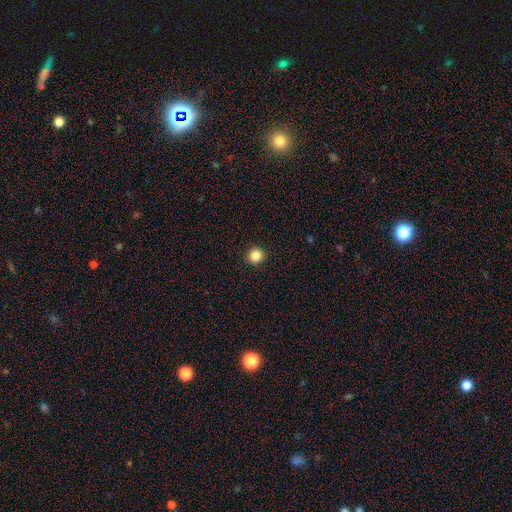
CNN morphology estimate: Smooth or featured? smooth (85%)
How rounded? round (91%)
Merging? none (93%)